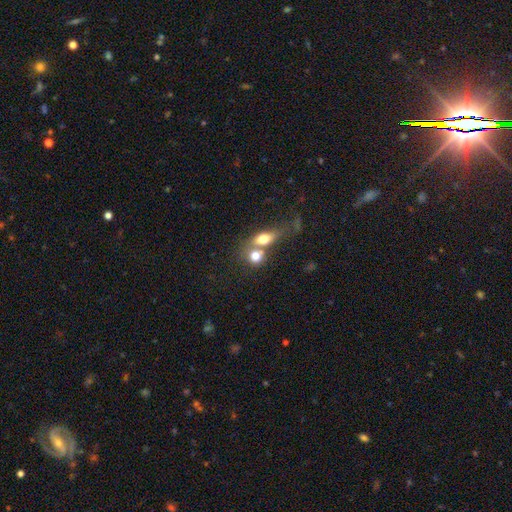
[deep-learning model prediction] Smooth or featured?
  - smooth: 72% *
  - featured or disk: 18%
  - star or artifact: 10%
How rounded?
  - round: 62% *
  - in between: 34%
  - cigar-shaped: 4%
Merging?
  - merger: 62% *
  - none: 26%
  - minor disturbance: 7%
  - major disturbance: 5%